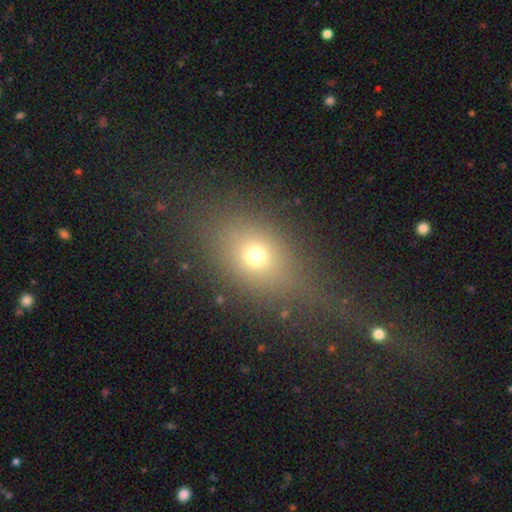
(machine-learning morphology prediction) Smooth or featured?
  - smooth: 67% *
  - star or artifact: 18%
  - featured or disk: 14%
How rounded?
  - in between: 56% *
  - round: 40%
  - cigar-shaped: 4%
Merging?
  - none: 60% *
  - minor disturbance: 15%
  - major disturbance: 14%
  - merger: 12%